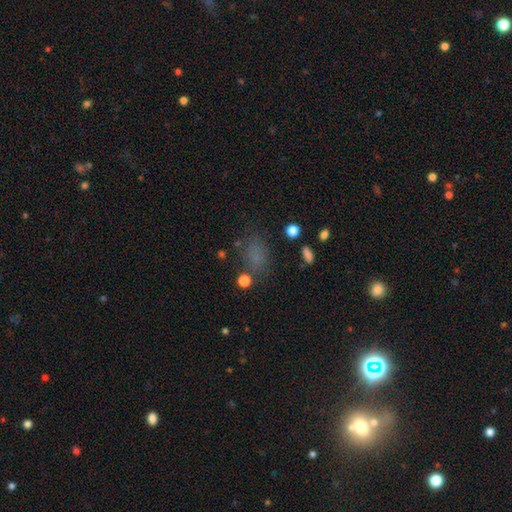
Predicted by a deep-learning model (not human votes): The model was most divided on "how rounded": in between: 65%, round: 33%, cigar-shaped: 2%. More confident: merging — none (72%); smooth or featured — smooth (68%).